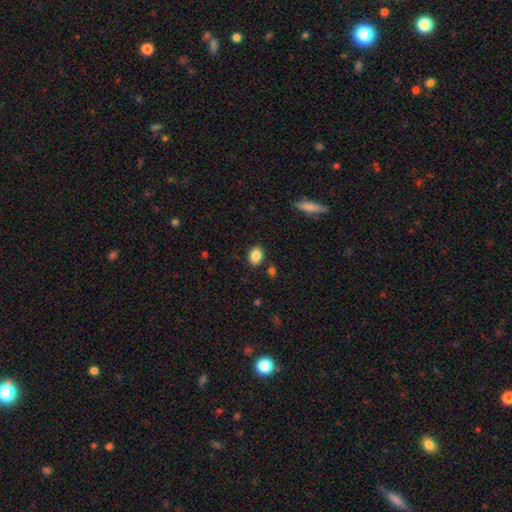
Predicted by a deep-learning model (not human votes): This is clearly a smooth galaxy (85%). How rounded: likely in between (71%). Merging: clearly none (85%).